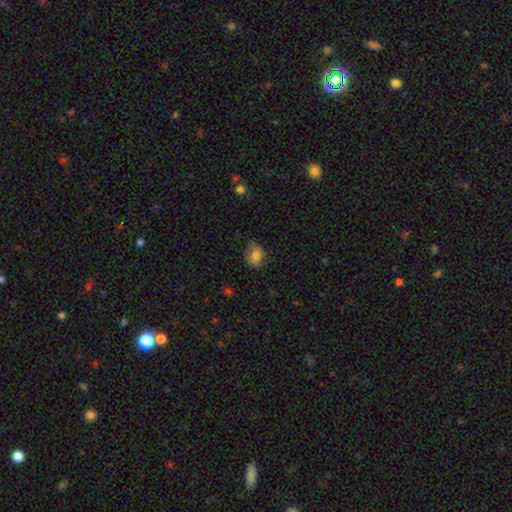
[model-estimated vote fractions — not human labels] Smooth or featured?
  - smooth: 75% *
  - featured or disk: 16%
  - star or artifact: 9%
How rounded?
  - in between: 63% *
  - round: 36%
  - cigar-shaped: 1%
Merging?
  - none: 66% *
  - minor disturbance: 26%
  - major disturbance: 7%
  - merger: 1%